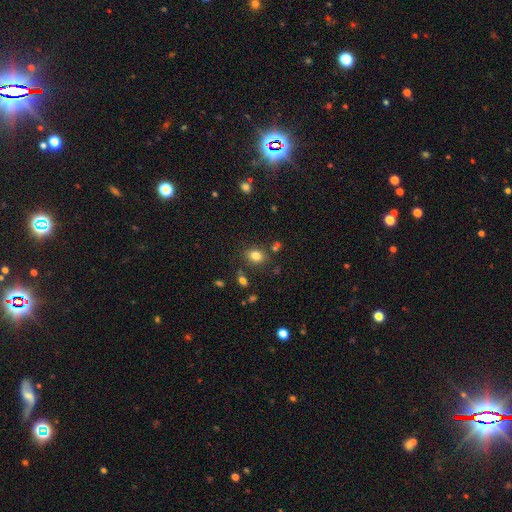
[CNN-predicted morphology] A smooth galaxy with no disk features (81%) that is in between round and cigar-shaped (59%).

Vote fractions:
- Smooth or featured? smooth: 81% / star or artifact: 12% / featured or disk: 7%
- How rounded? in between: 59% / round: 40% / cigar-shaped: 1%
- Merging? none: 78% / minor disturbance: 12% / merger: 6% / major disturbance: 4%